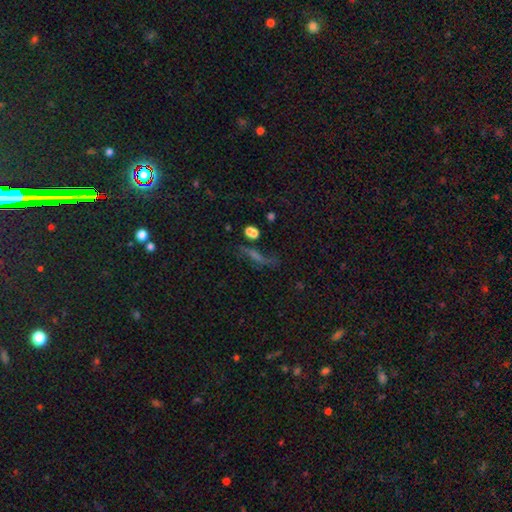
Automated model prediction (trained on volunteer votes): Morphology: type=featured or disk (36%); merging=none (59%).